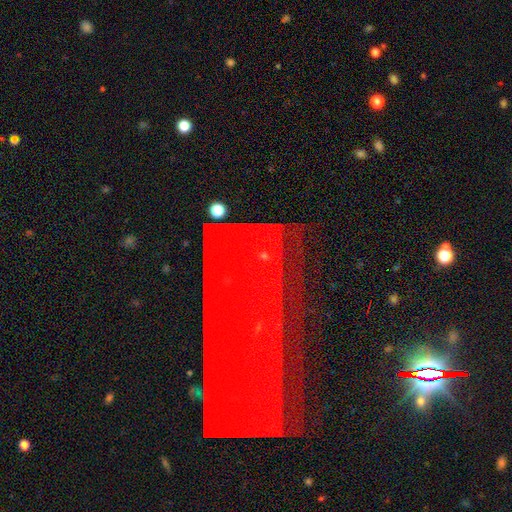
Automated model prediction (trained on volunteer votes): smooth-or-featured: star or artifact: 65% | featured or disk: 20% | smooth: 15%